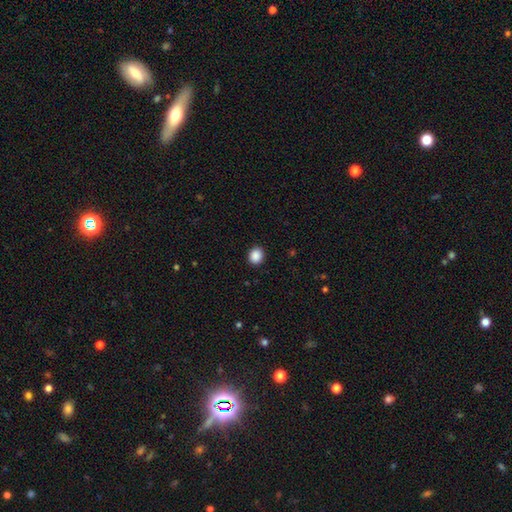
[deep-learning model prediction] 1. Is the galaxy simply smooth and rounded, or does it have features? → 89% smooth, 9% star or artifact, 2% featured or disk.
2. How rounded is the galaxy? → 76% round, 23% in between, 1% cigar-shaped.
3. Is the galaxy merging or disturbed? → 91% none, 6% minor disturbance, 2% major disturbance, 1% merger.